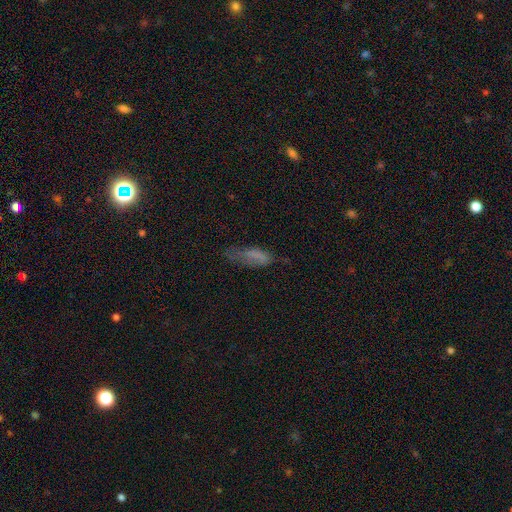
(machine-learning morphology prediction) This appears to be a smooth galaxy with no disk features (63%) that is in between round and cigar-shaped (61%). Merging: none (39%).